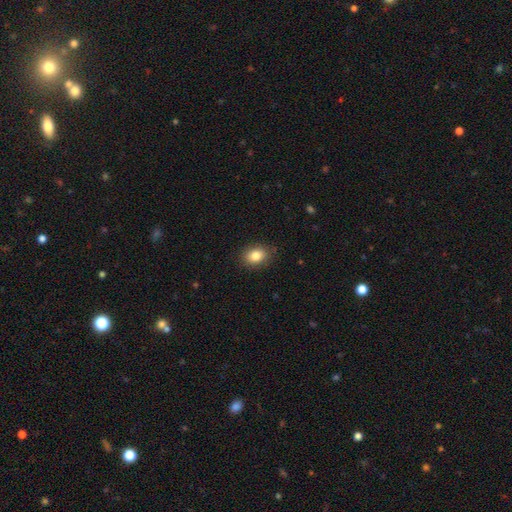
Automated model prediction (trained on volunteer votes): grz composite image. It shows a smooth galaxy with no disk features (84%) that is in between round and cigar-shaped (68%). Merging: none (86%).